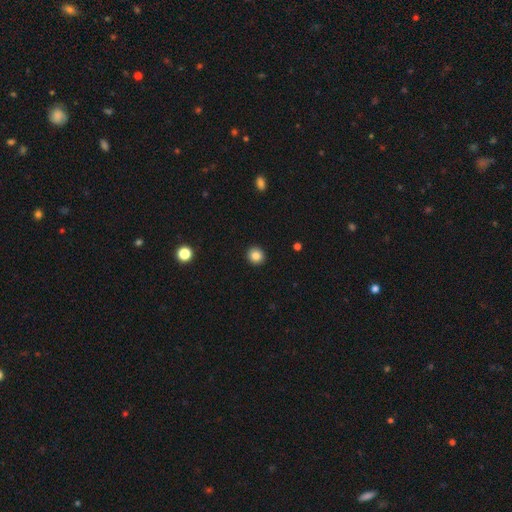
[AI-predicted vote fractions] Smooth or featured?
  - smooth: 85% *
  - star or artifact: 10%
  - featured or disk: 4%
How rounded?
  - round: 93% *
  - in between: 6%
  - cigar-shaped: 1%
Merging?
  - none: 93% *
  - minor disturbance: 4%
  - major disturbance: 1%
  - merger: 1%